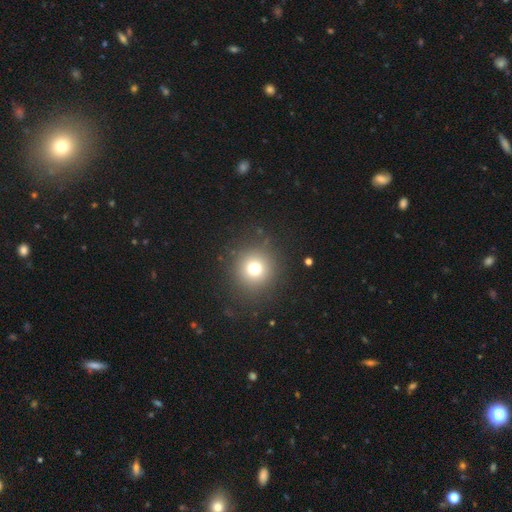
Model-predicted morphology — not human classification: Q: Smooth or featured?
A: smooth (56%); runner-up: star or artifact (33%)
Q: How rounded?
A: round (91%); runner-up: in between (8%)
Q: Merging?
A: none (89%); runner-up: minor disturbance (7%)